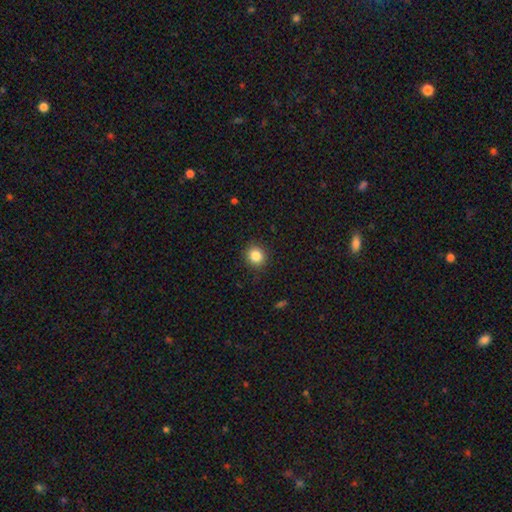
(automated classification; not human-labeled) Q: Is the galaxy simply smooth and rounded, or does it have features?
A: smooth — 85%.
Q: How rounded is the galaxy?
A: round — 86%.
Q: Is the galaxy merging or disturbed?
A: none — 90%.